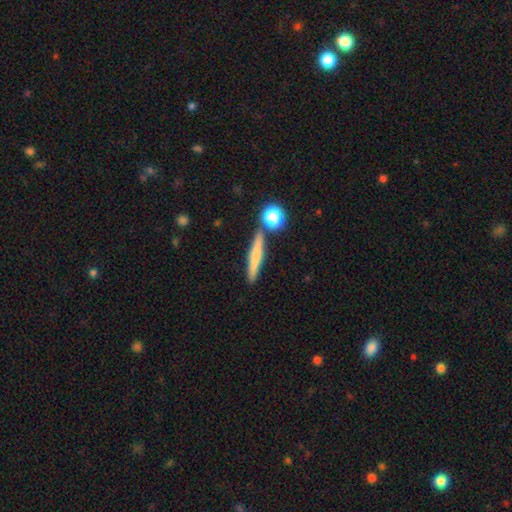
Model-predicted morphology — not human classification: smooth_or_featured: smooth (p=0.59) [alt: featured or disk p=0.32]
how_rounded: cigar-shaped (p=0.87) [alt: in between p=0.08]
merging: none (p=0.82) [alt: minor disturbance p=0.08]